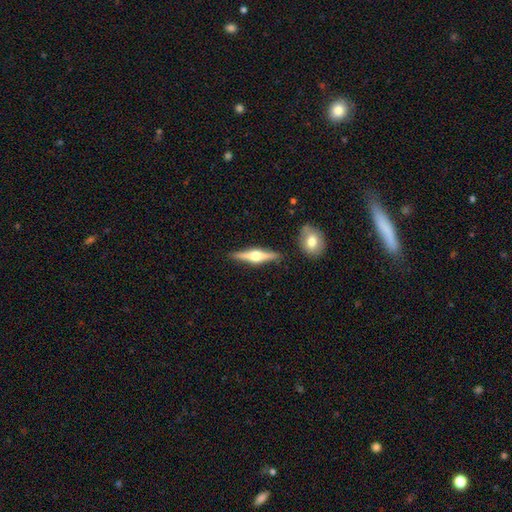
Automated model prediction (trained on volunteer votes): Morphology: type=featured or disk (73%); edge-on=yes (98%); edge-on bulge=rounded (94%); merging=none (87%).